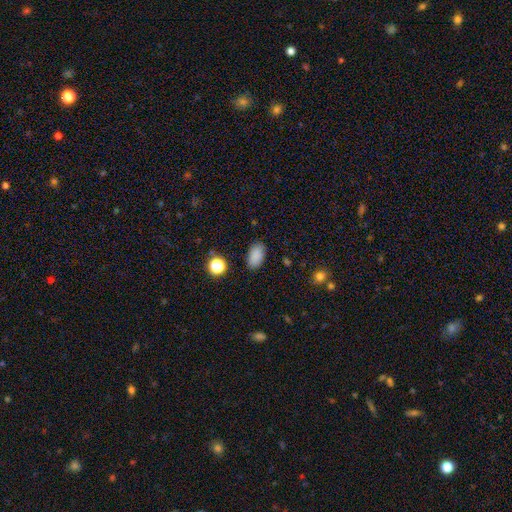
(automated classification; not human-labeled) This appears to be a smooth galaxy with no disk features (86%) that is in between round and cigar-shaped (92%). Merging: none (87%).